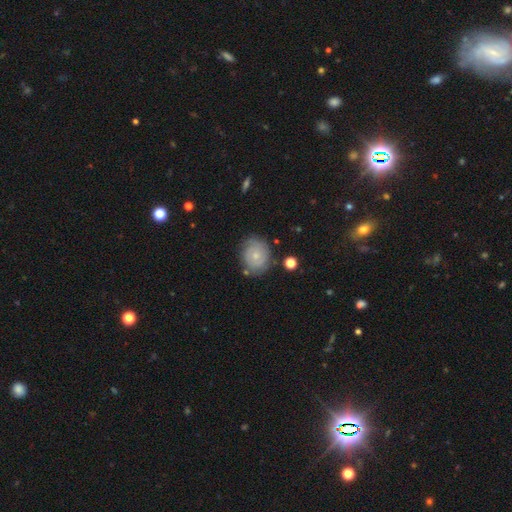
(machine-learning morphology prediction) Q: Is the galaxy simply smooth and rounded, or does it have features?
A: featured or disk — 58%.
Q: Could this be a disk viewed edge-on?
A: no — 98%.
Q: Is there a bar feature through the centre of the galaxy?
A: no — 78%.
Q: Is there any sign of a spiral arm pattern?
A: yes — 87%.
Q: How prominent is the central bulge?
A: small — 68%.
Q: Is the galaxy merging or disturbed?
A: none — 76%.